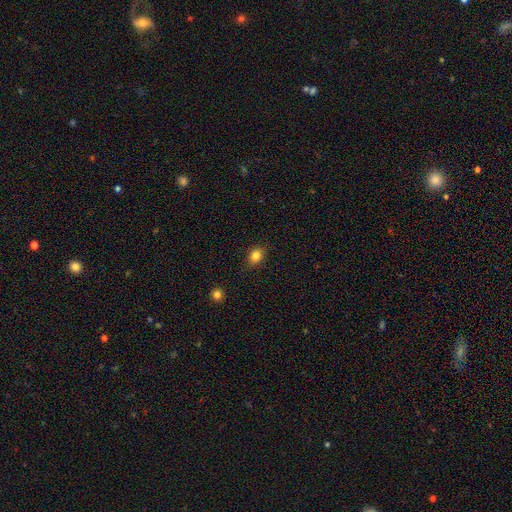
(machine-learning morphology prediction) This appears to be a smooth galaxy with no disk features (84%) that is in between round and cigar-shaped (51%). Merging: none (85%).